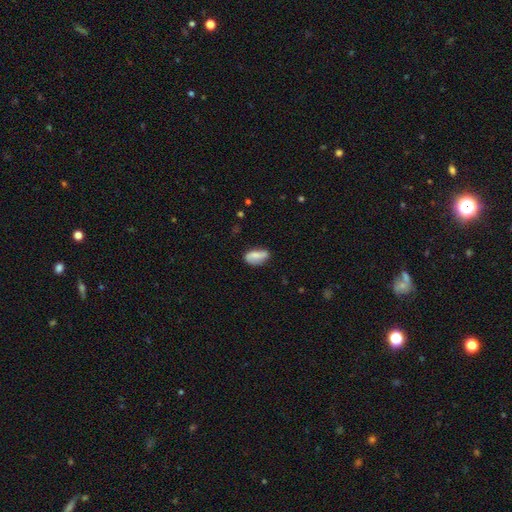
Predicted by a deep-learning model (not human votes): Smooth or featured?
  - smooth: 59% *
  - featured or disk: 33%
  - star or artifact: 8%
How rounded?
  - in between: 88% *
  - cigar-shaped: 7%
  - round: 5%
Merging?
  - none: 62% *
  - minor disturbance: 26%
  - major disturbance: 7%
  - merger: 5%